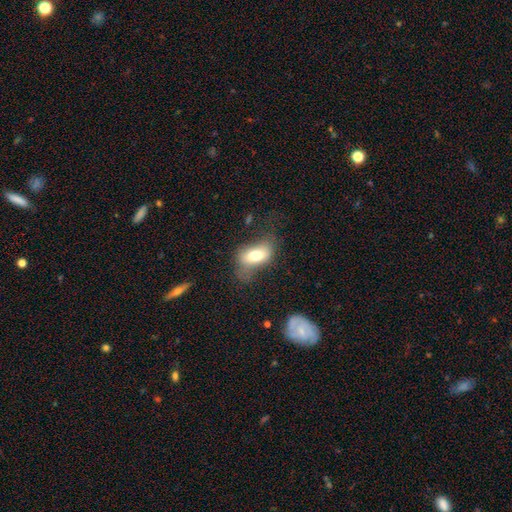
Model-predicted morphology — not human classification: This is likely a smooth galaxy (67%). How rounded: clearly in between (87%). Merging: possibly none (46%).